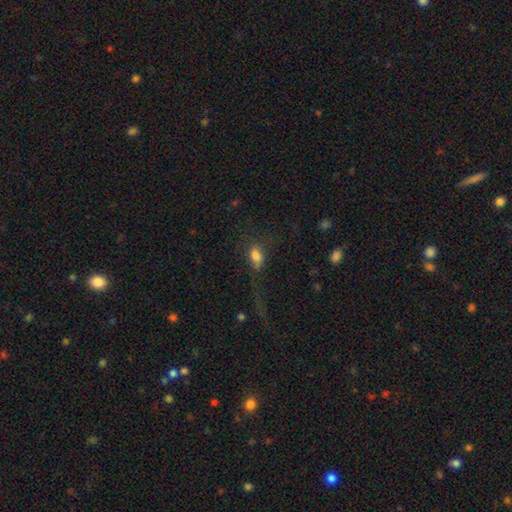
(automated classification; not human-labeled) Q: Smooth or featured?
A: smooth (72%); runner-up: featured or disk (15%)
Q: How rounded?
A: in between (82%); runner-up: round (11%)
Q: Merging?
A: none (40%); runner-up: major disturbance (35%)